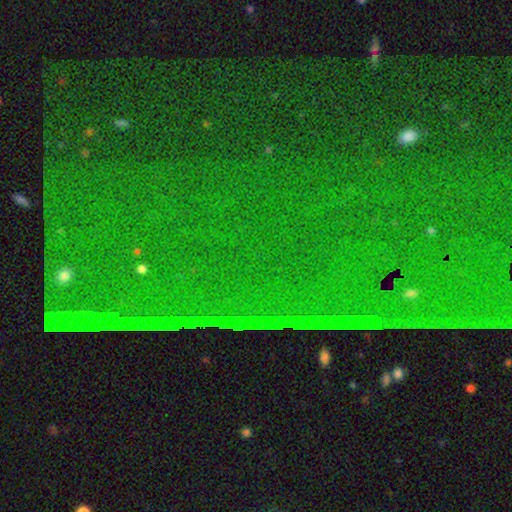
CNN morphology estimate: Smooth or featured? star or artifact (86%)